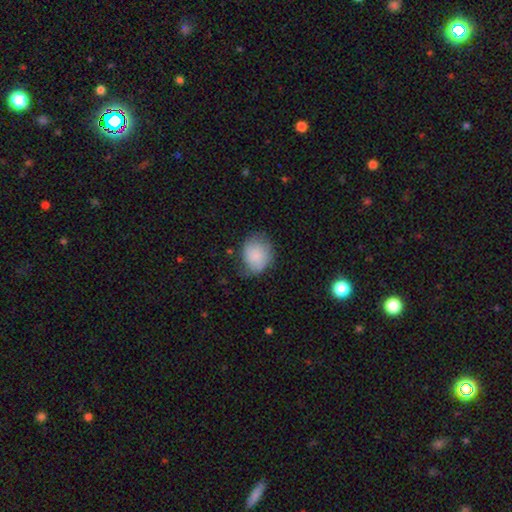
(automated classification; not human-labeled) Smooth or featured? smooth (80%)
How rounded? round (58%)
Merging? none (54%)